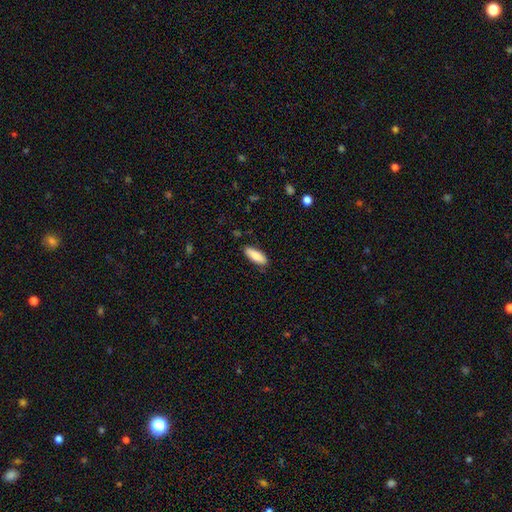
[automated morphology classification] Smooth or featured?
  - smooth: 85% *
  - featured or disk: 9%
  - star or artifact: 6%
How rounded?
  - in between: 63% *
  - cigar-shaped: 36%
  - round: 2%
Merging?
  - none: 86% *
  - minor disturbance: 11%
  - major disturbance: 2%
  - merger: 1%